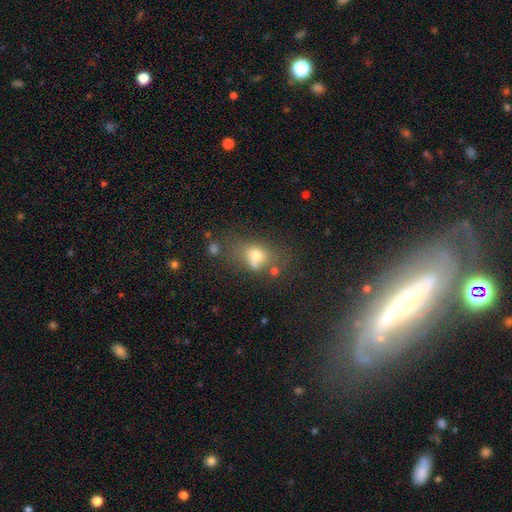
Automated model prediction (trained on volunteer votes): This appears to be a smooth galaxy with no disk features (68%) that is in between round and cigar-shaped (60%). Merging: none (38%).